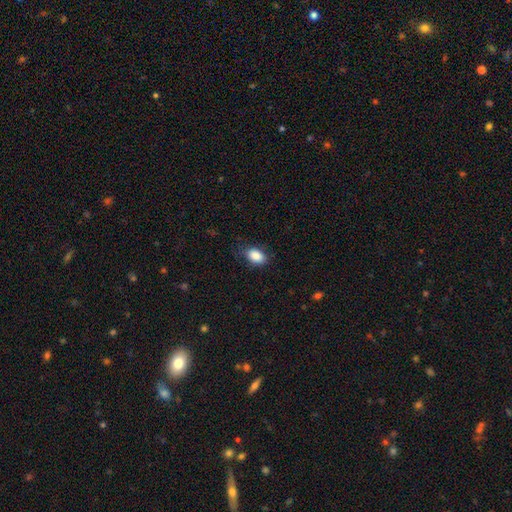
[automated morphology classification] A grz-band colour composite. It shows a smooth galaxy with no disk features (88%) that is in between round and cigar-shaped (88%). Merging: none (78%).